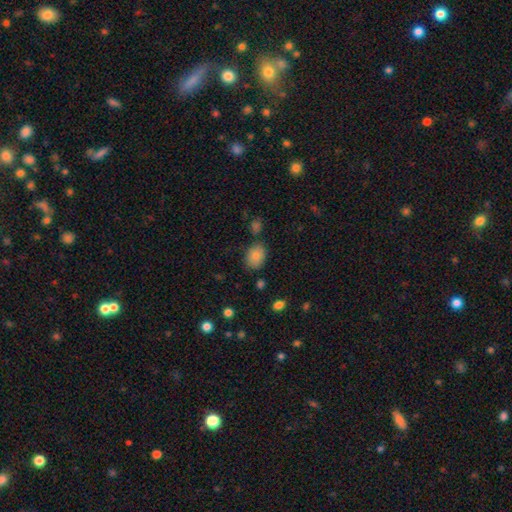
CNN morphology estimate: Overall: smooth (86%). How rounded: in between (73%). Merging: none (72%).